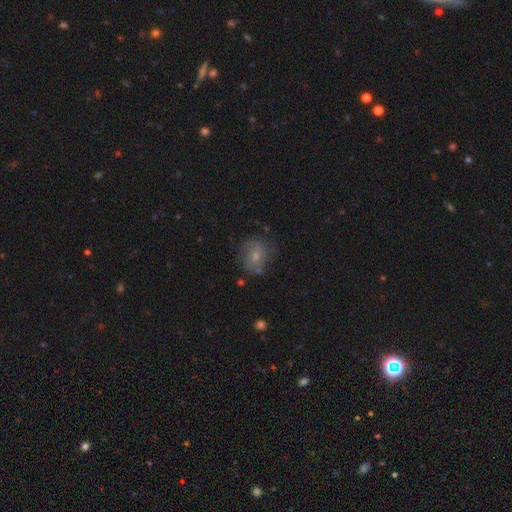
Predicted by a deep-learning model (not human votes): smooth-or-featured: featured or disk: 44% (tied) | smooth: 44% (tied) | star or artifact: 11%
  merging: none: 62% | minor disturbance: 23% | major disturbance: 12% | merger: 3%